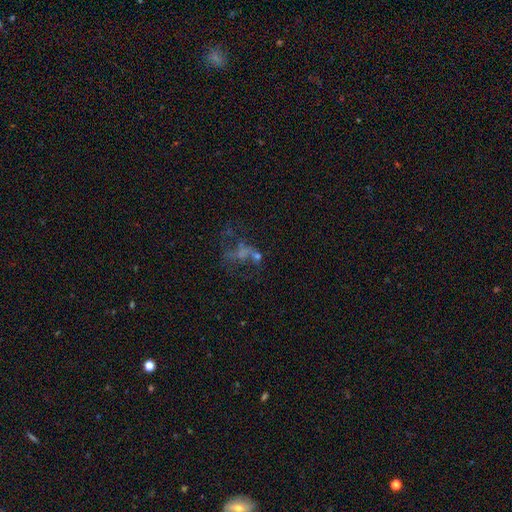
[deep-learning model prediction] Smooth or featured? featured or disk (50%)
Merging? none (37%)